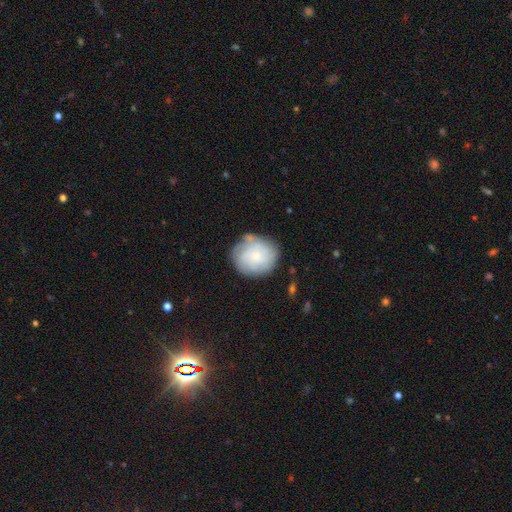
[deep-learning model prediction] Smooth or featured?
  - smooth: 54% *
  - featured or disk: 38%
  - star or artifact: 7%
How rounded?
  - round: 78% *
  - in between: 21%
  - cigar-shaped: 1%
Merging?
  - none: 71% *
  - minor disturbance: 20%
  - major disturbance: 6%
  - merger: 4%